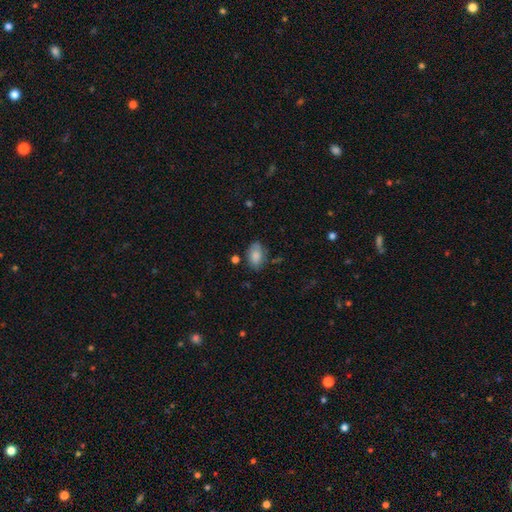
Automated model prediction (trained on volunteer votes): smooth_or_featured: smooth (p=0.81) [alt: featured or disk p=0.12]
how_rounded: in between (p=0.88) [alt: round p=0.10]
merging: none (p=0.69) [alt: minor disturbance p=0.21]